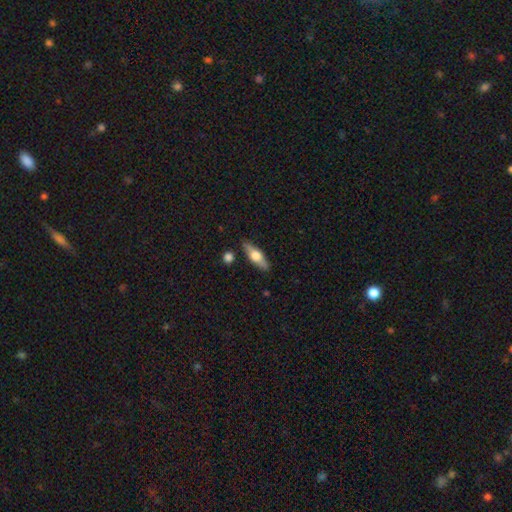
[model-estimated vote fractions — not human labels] smooth-or-featured: smooth: 50% | featured or disk: 44% | star or artifact: 6%
  merging: none: 85% | minor disturbance: 10% | merger: 3% | major disturbance: 2%